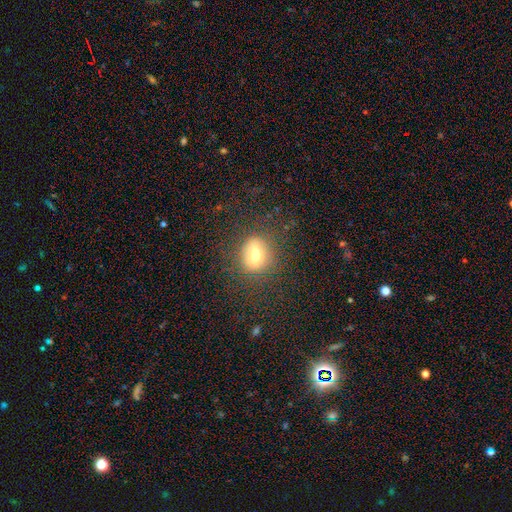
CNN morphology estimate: Q: Smooth or featured?
A: smooth (62%); runner-up: featured or disk (23%)
Q: How rounded?
A: round (65%); runner-up: in between (32%)
Q: Merging?
A: none (76%); runner-up: minor disturbance (13%)